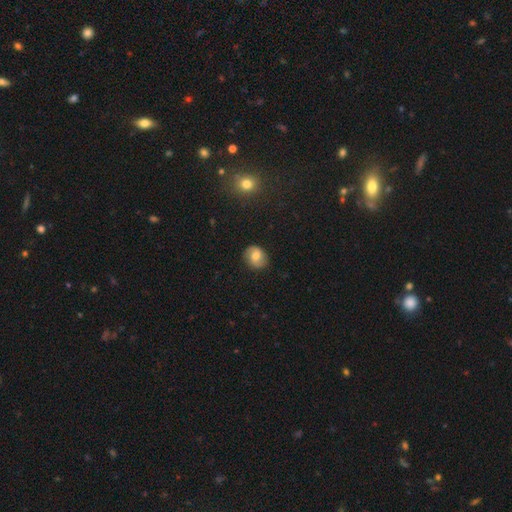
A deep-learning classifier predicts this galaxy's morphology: smooth 61%, featured or disk 30%, star or artifact 9%. Down the decision tree: how rounded — round (67%); merging — none (84%).